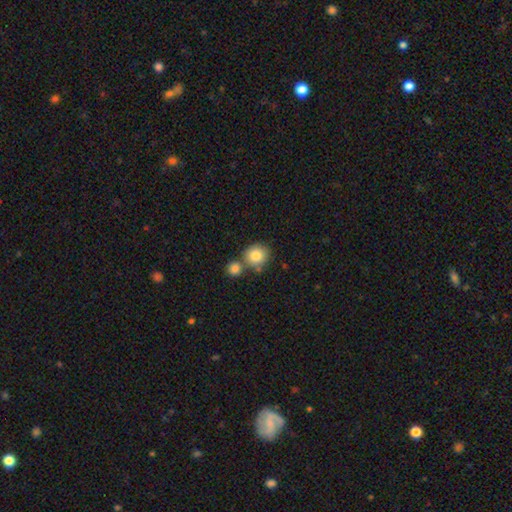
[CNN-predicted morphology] This appears to be a smooth galaxy with no disk features (84%) that is round (87%). Merging: none (57%).